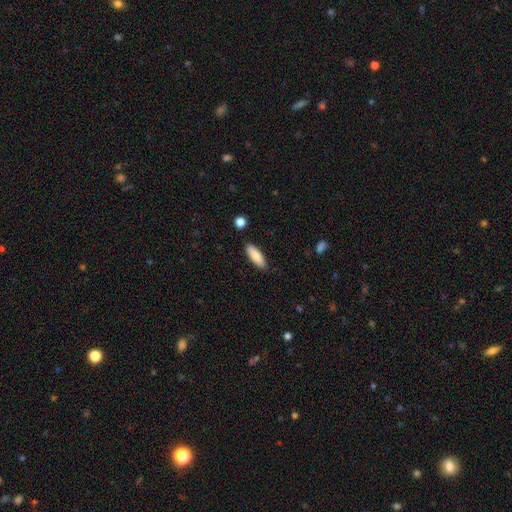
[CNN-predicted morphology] smooth_or_featured: smooth (p=0.82) [alt: featured or disk p=0.12]
how_rounded: in between (p=0.60) [alt: cigar-shaped p=0.38]
merging: none (p=0.88) [alt: minor disturbance p=0.09]